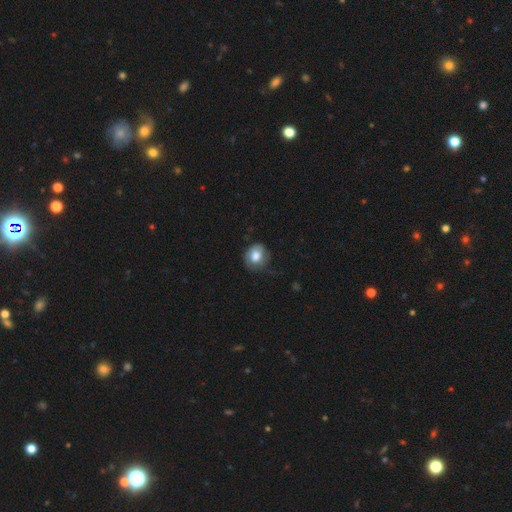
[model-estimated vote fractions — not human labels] Overall: smooth (71%). How rounded: round (71%). Merging: none (60%; minor disturbance 28%).